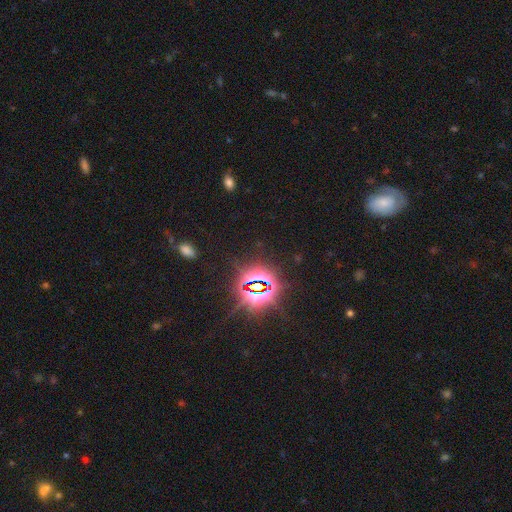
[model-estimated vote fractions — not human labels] Smooth or featured: star or artifact — 80% (smooth — 12%)